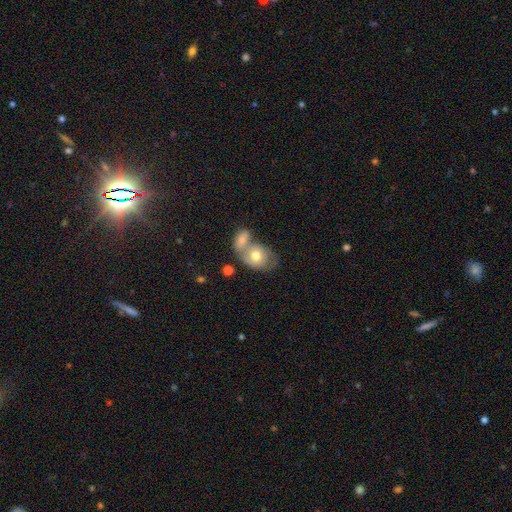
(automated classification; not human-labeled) This appears to be a smooth galaxy with no disk features (67%) that is in between round and cigar-shaped (64%). Merging: merger (57%).